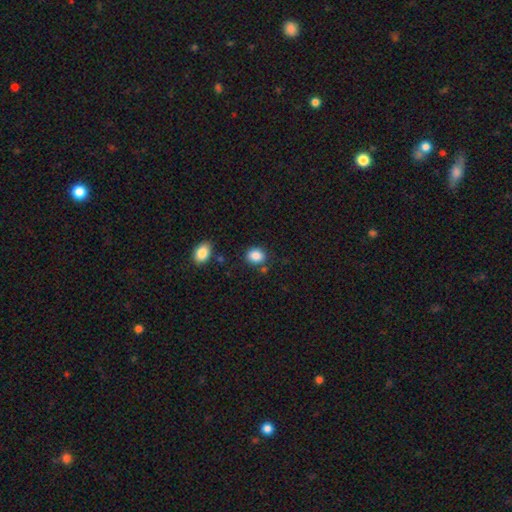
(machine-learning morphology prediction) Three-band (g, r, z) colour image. It shows a smooth galaxy with no disk features (87%) that is round (58%). Merging: none (79%).